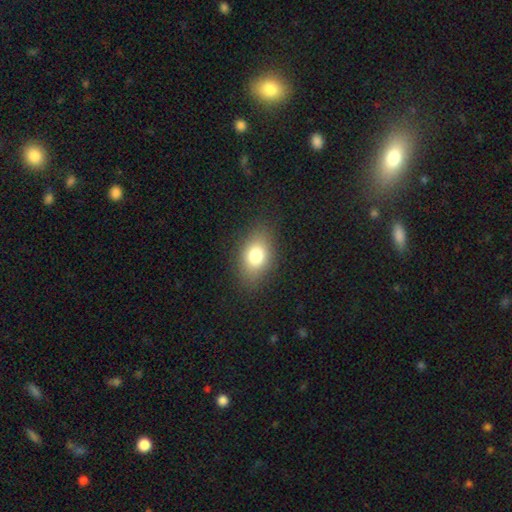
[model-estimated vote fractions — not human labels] A smooth galaxy with no disk features (78%) that is in between round and cigar-shaped (79%). Merging: none (84%).